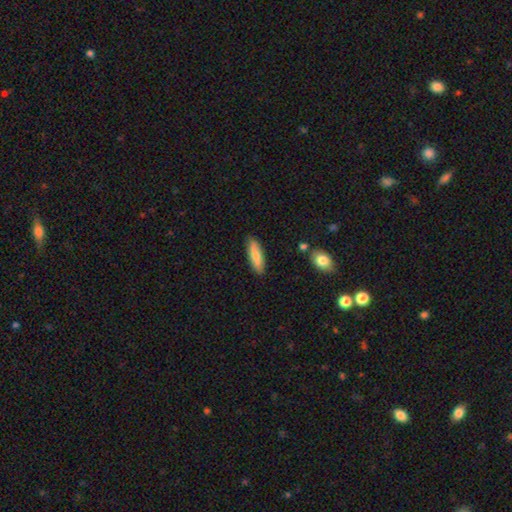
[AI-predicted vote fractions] Overall: smooth (76%). How rounded: cigar-shaped (58%; in between 40%). Merging: none (85%).